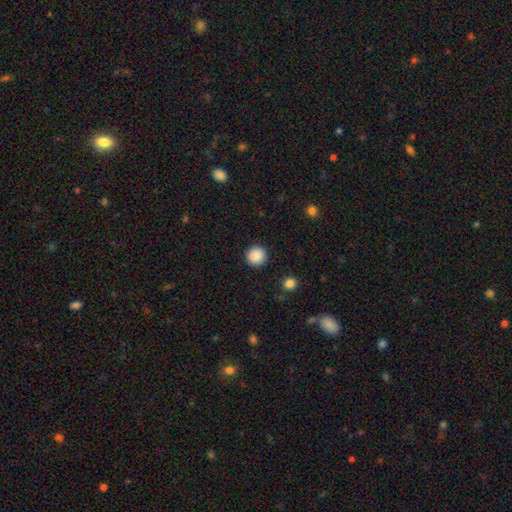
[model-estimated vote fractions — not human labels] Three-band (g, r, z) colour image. It shows a smooth galaxy with no disk features (88%) that is round (94%). Merging: none (92%).